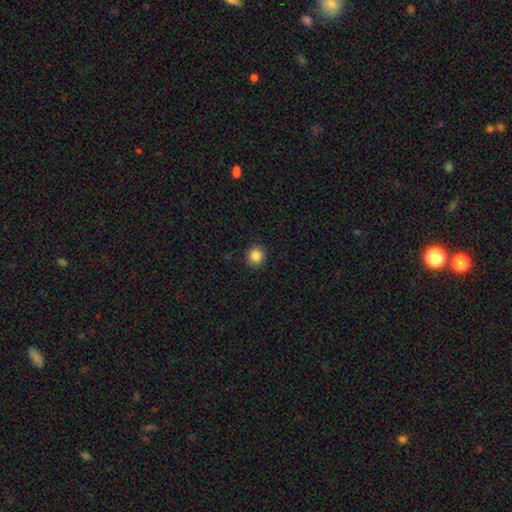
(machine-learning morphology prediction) This is clearly a smooth galaxy (86%). How rounded: clearly round (92%). Merging: clearly none (91%).